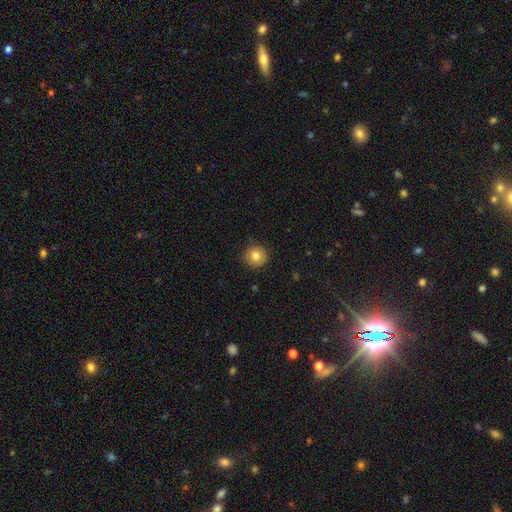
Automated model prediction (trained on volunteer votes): Smooth or featured? Predicted: smooth (p=0.81). How rounded? Predicted: round (p=0.95). Merging? Predicted: none (p=0.89).